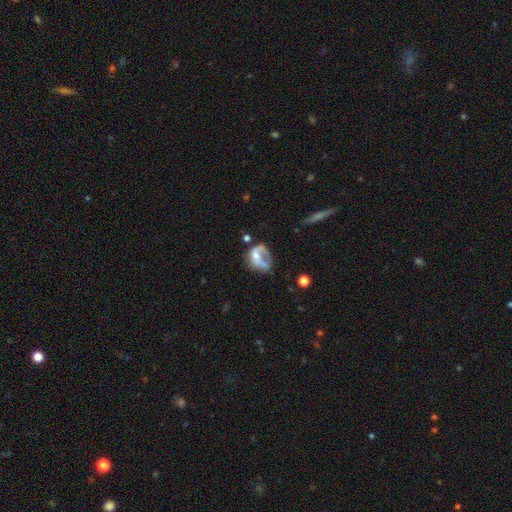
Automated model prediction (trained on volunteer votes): Smooth or featured? Predicted: featured or disk (p=0.53). Edge-on disk? Predicted: no (p=0.96). Bar? Predicted: no (p=0.70). Spiral arms? Predicted: no (p=0.61). Bulge size? Predicted: moderate (p=0.43). Merging? Predicted: major disturbance (p=0.42).